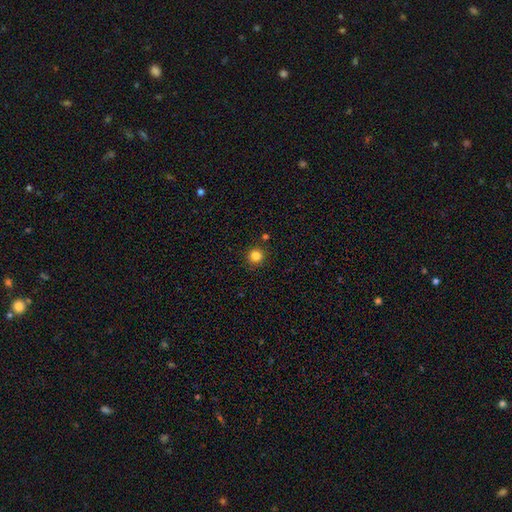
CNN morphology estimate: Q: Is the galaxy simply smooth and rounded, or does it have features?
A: smooth — 83%.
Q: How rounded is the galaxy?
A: round — 95%.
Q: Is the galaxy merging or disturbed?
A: none — 89%.